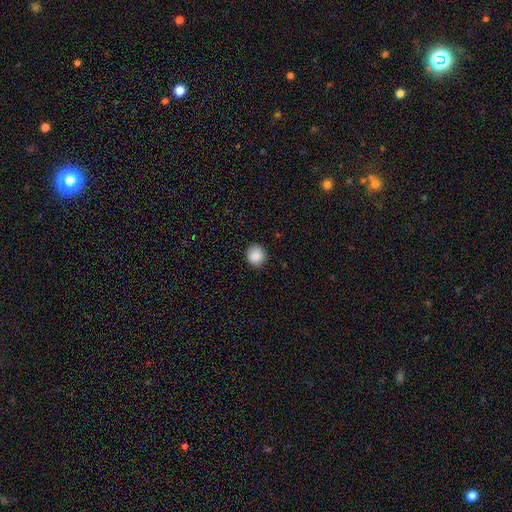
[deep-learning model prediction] Smooth or featured? smooth (89%)
How rounded? round (90%)
Merging? none (90%)